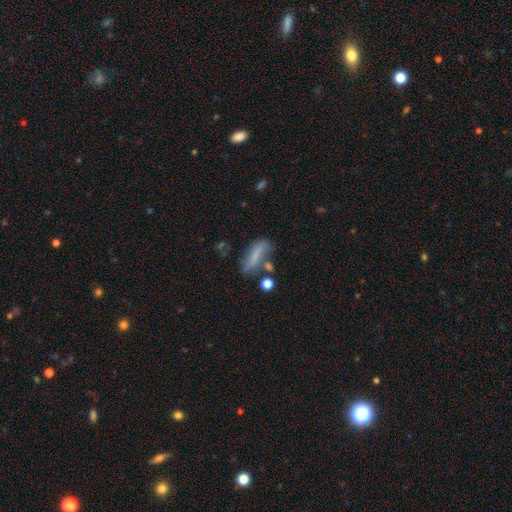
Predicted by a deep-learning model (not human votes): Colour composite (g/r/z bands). It shows a smooth galaxy with no disk features (60%) that is in between round and cigar-shaped (54%). Merging: none (46%).